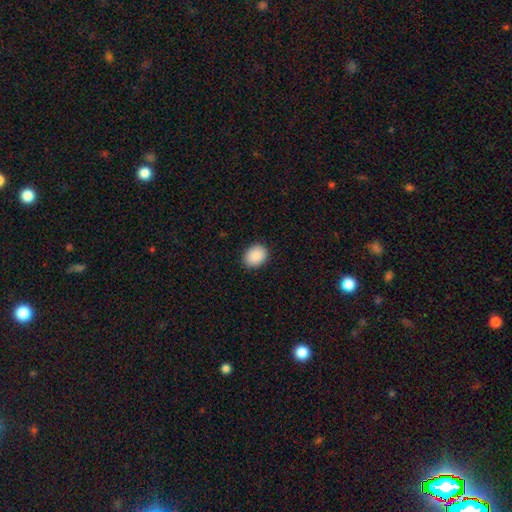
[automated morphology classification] Overall: smooth (89%). How rounded: in between (55%; round 45%). Merging: none (89%).